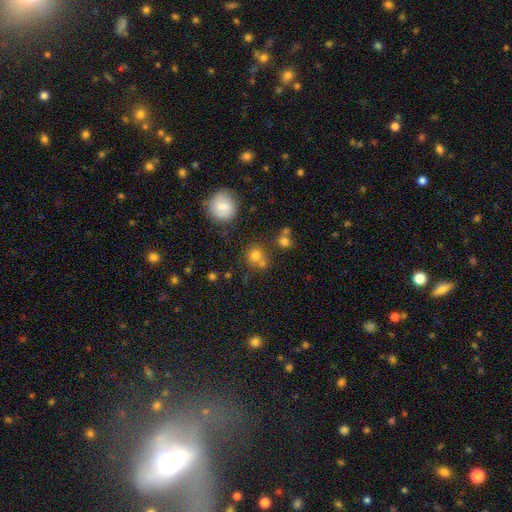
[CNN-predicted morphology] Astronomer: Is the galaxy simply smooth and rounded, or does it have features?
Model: smooth — 75%.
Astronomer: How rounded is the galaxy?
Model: round — 86%.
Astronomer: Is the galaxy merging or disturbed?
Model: none — 57%.